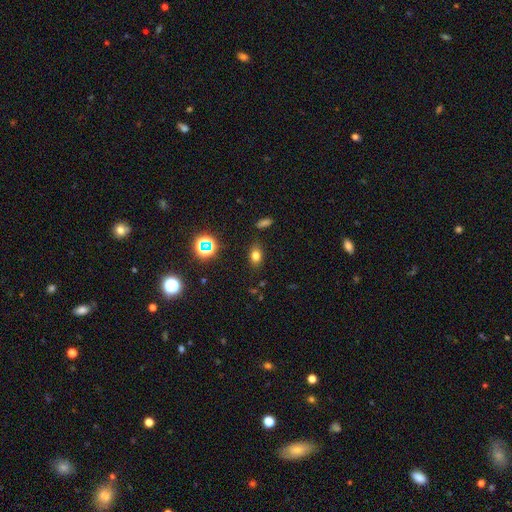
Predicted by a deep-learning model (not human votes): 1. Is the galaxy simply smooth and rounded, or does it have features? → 72% smooth, 19% star or artifact, 9% featured or disk.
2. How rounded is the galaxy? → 74% in between, 24% round, 2% cigar-shaped.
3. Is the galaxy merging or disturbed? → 83% none, 11% minor disturbance, 3% major disturbance, 2% merger.